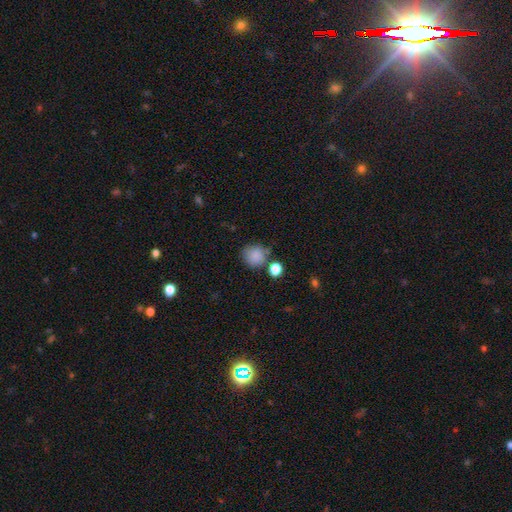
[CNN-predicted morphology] A smooth galaxy with no disk features (85%) that is round (87%).

Vote fractions:
- Smooth or featured? smooth: 85% / star or artifact: 9% / featured or disk: 5%
- How rounded? round: 87% / in between: 12% / cigar-shaped: 1%
- Merging? none: 67% / minor disturbance: 16% / merger: 12% / major disturbance: 5%